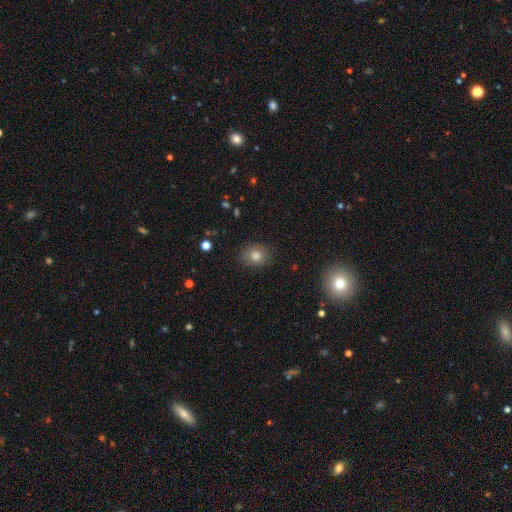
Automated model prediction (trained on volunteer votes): smooth 80%, star or artifact 13%, featured or disk 8%. Down the decision tree: how rounded — round (65%); merging — none (88%).